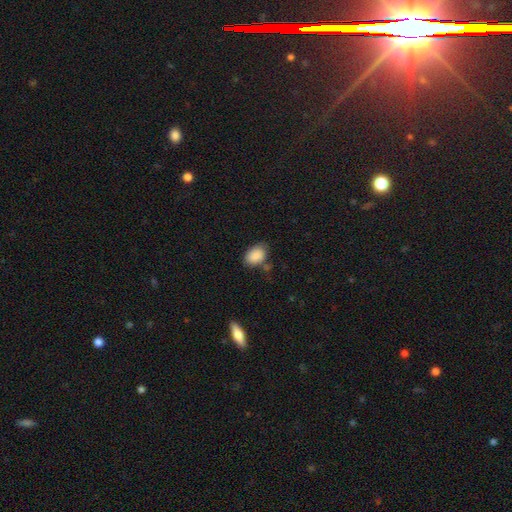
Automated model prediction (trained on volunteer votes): A smooth galaxy with no disk features (88%) that is in between round and cigar-shaped (85%).

Vote fractions:
- Smooth or featured? smooth: 88% / star or artifact: 7% / featured or disk: 5%
- How rounded? in between: 85% / round: 14% / cigar-shaped: 1%
- Merging? none: 67% / minor disturbance: 21% / merger: 7% / major disturbance: 5%